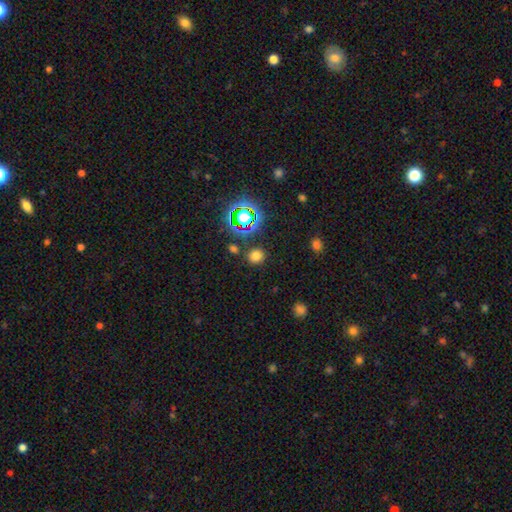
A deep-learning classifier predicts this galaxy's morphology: This is likely a smooth galaxy (70%). How rounded: clearly round (81%). Merging: clearly none (84%).